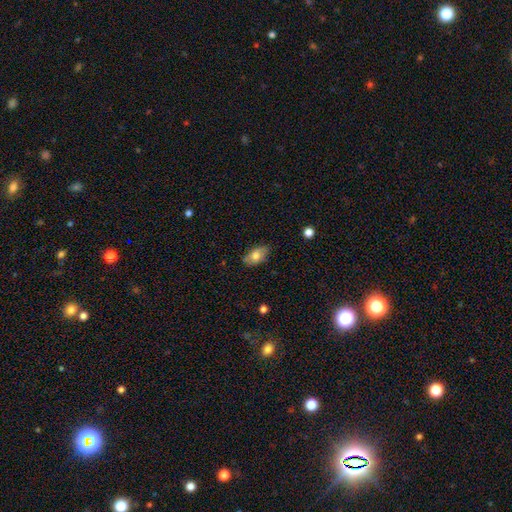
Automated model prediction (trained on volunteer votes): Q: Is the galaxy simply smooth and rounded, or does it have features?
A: smooth — 75%.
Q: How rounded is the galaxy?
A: in between — 91%.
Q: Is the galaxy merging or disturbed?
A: none — 79%.